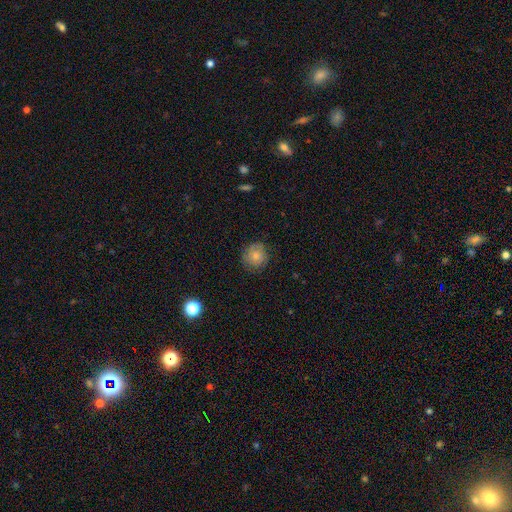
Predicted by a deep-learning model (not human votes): A smooth galaxy with no disk features (62%) that is round (88%). Merging: none (77%).